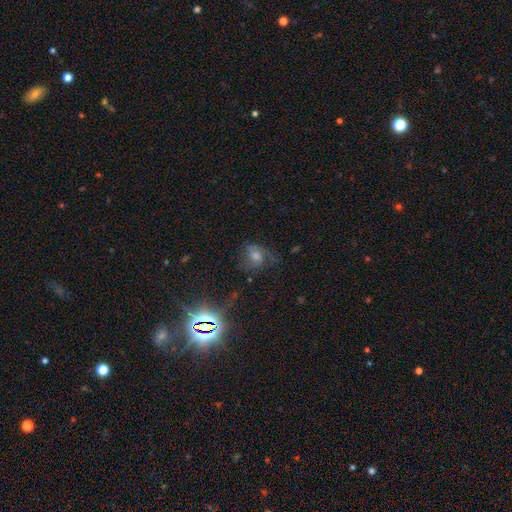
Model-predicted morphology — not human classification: Smooth or featured? Predicted: featured or disk (p=0.42). Merging? Predicted: none (p=0.55).